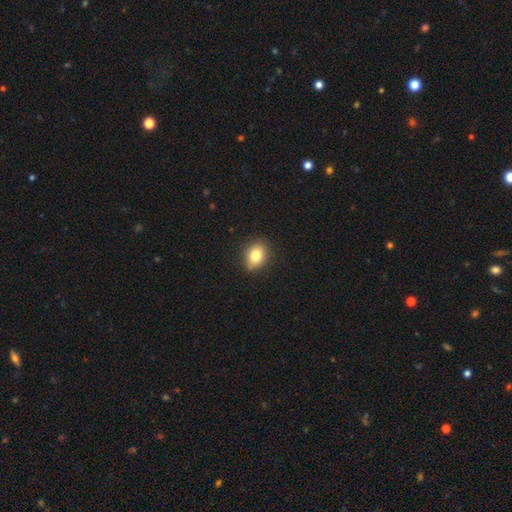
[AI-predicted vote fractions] A smooth galaxy with no disk features (82%) that is in between round and cigar-shaped (63%). Merging: none (85%).